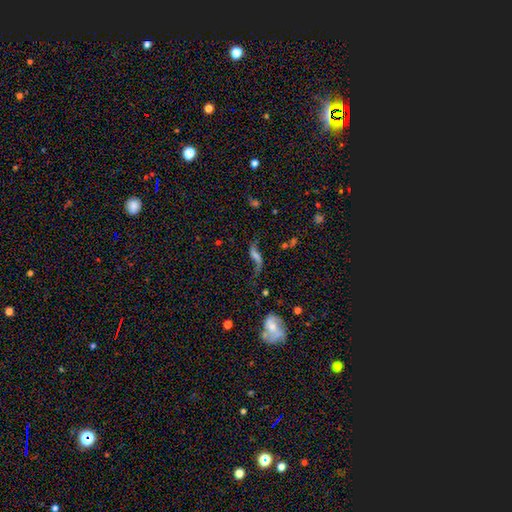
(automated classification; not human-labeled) Morphology: type=featured or disk (74%); edge-on=no (89%); bar=no (40%); spiral arms=yes (91%); winding=loose (92%); arm count=2 (90%); bulge=small (35%); merging=none (57%).